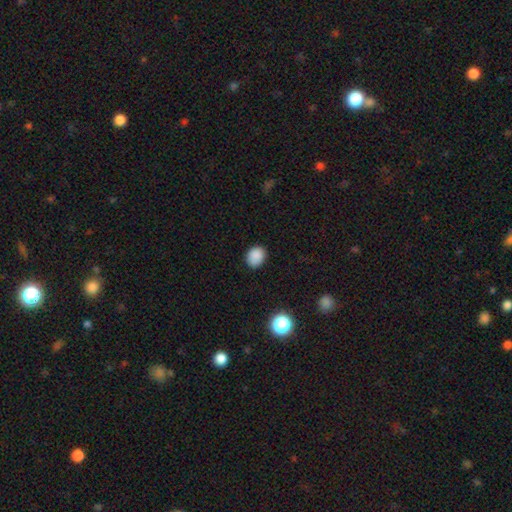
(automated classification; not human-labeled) Smooth or featured?
  - smooth: 86% *
  - star or artifact: 10%
  - featured or disk: 3%
How rounded?
  - round: 54% *
  - in between: 45%
  - cigar-shaped: 1%
Merging?
  - none: 85% *
  - minor disturbance: 12%
  - major disturbance: 3%
  - merger: 1%